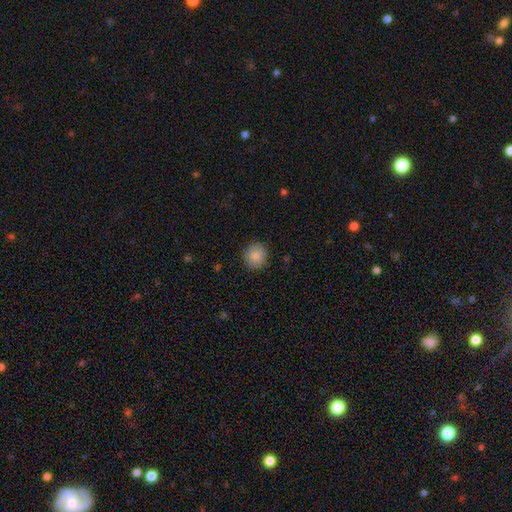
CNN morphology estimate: Smooth or featured? Predicted: smooth (p=0.82). How rounded? Predicted: round (p=0.89). Merging? Predicted: none (p=0.89).